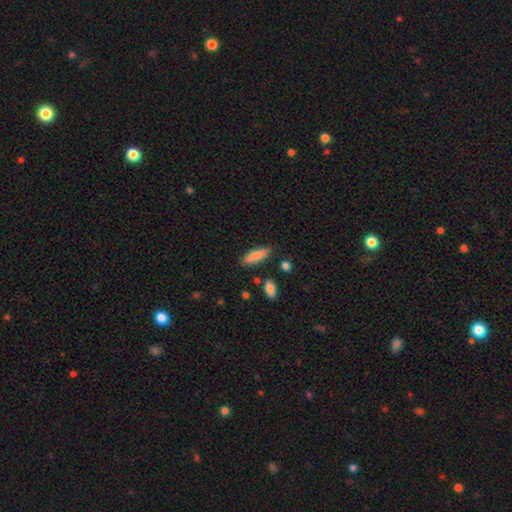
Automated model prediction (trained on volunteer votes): Smooth or featured: smooth — 84% (featured or disk — 9%)
How rounded: in between — 55% (cigar-shaped — 43%)
Merging: none — 83% (minor disturbance — 12%)